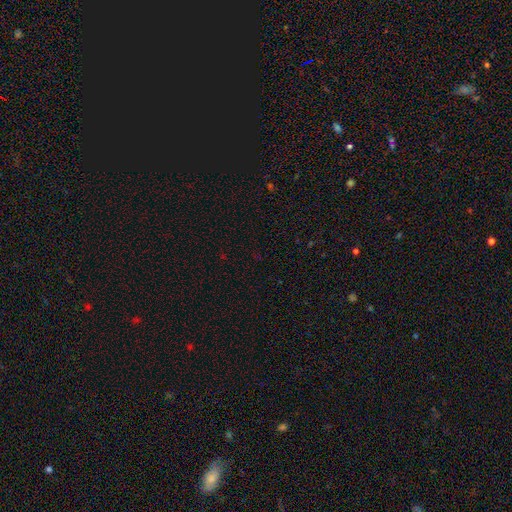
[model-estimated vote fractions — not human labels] A star or artifact, not a galaxy (70%).

Vote fractions:
- Smooth or featured? star or artifact: 70% / smooth: 23% / featured or disk: 7%